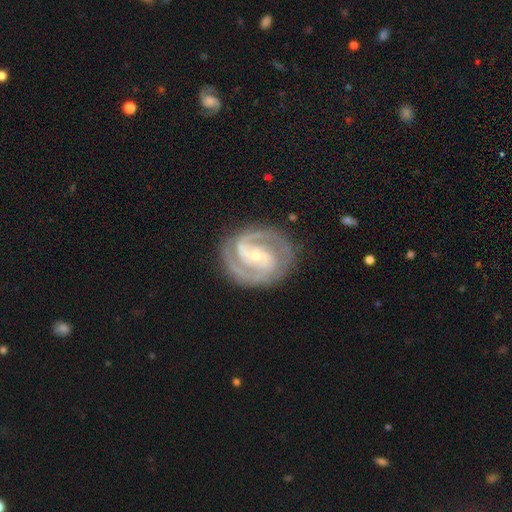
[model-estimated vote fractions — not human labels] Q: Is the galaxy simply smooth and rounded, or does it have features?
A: featured or disk — 90%.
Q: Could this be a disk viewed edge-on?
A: no — 97%.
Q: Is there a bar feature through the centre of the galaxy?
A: weak — 39%.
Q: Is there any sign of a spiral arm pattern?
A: yes — 98%.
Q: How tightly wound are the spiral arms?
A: tight — 55%.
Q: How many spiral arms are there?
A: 2 — 73%.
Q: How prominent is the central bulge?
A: small — 73%.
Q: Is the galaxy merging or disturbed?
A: none — 80%.